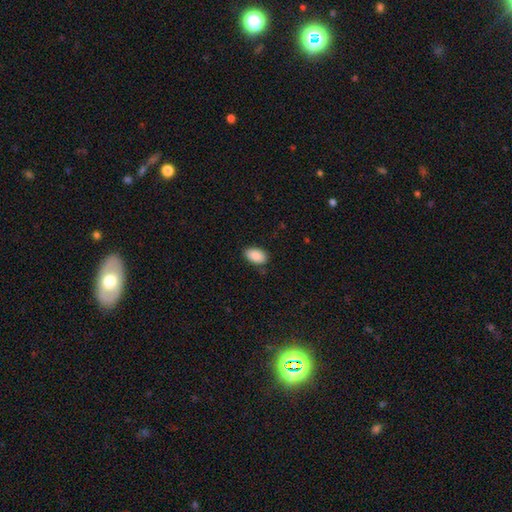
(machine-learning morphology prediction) The model was most divided on "merging": none: 82%, minor disturbance: 14%, major disturbance: 3%, merger: 1%. More confident: how rounded — in between (93%); smooth or featured — smooth (89%).